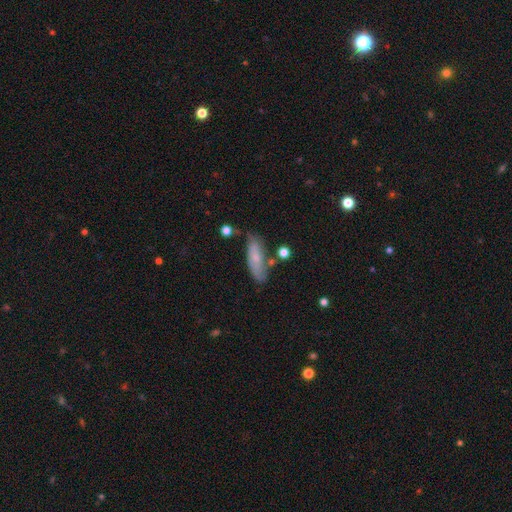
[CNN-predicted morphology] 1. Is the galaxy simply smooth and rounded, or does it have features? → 65% smooth, 28% featured or disk, 7% star or artifact.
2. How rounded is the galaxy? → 54% in between, 44% cigar-shaped, 2% round.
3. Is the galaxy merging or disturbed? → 59% none, 26% minor disturbance, 7% major disturbance, 7% merger.